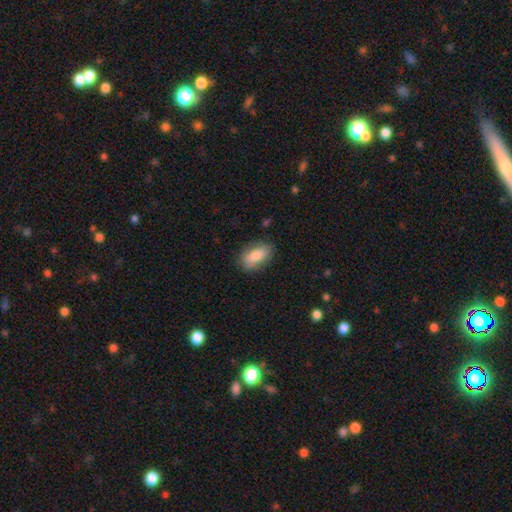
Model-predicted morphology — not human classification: This appears to be a smooth galaxy with no disk features (82%) that is in between round and cigar-shaped (89%). Merging: none (79%).